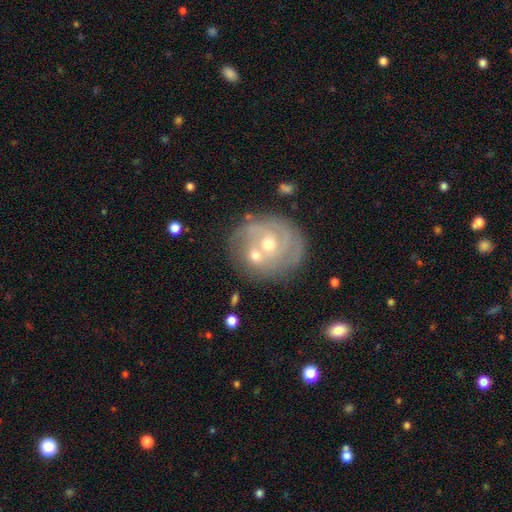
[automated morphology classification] featured or disk 65%, smooth 26%, star or artifact 8%. Down the decision tree: edge-on disk — no (97%); bar — no (81%); spiral arms — yes (66%); bulge size — moderate (62%); merging — none (49%).